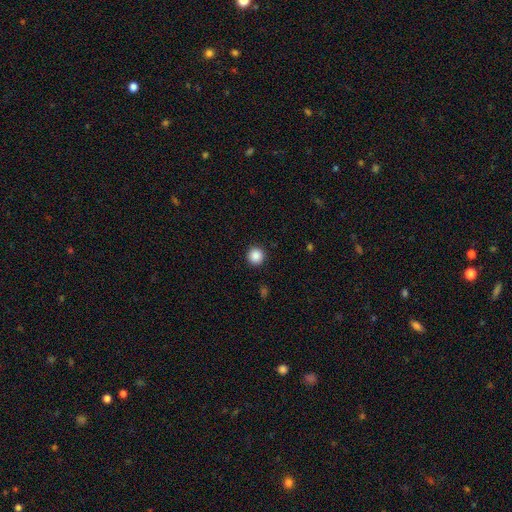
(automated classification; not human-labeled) Overall: smooth (87%). How rounded: round (95%). Merging: none (92%).